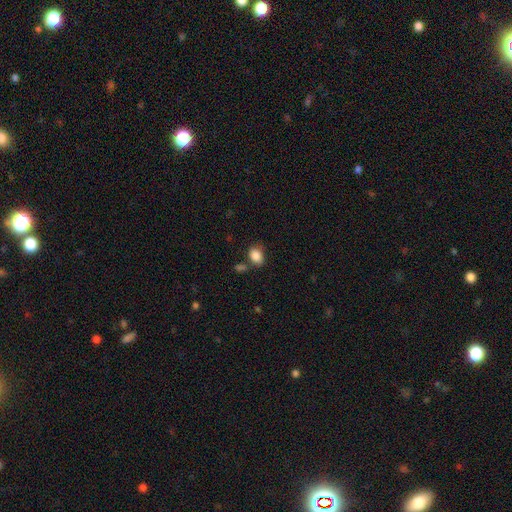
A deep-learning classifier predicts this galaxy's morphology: This appears to be a smooth galaxy with no disk features (87%) that is in between round and cigar-shaped (70%). Merging: none (66%).